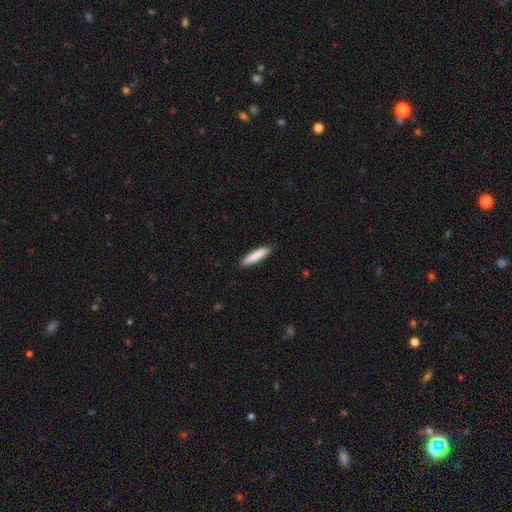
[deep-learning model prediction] smooth_or_featured: smooth (p=0.86) [alt: featured or disk p=0.08]
how_rounded: cigar-shaped (p=0.84) [alt: in between p=0.15]
merging: none (p=0.91) [alt: minor disturbance p=0.07]